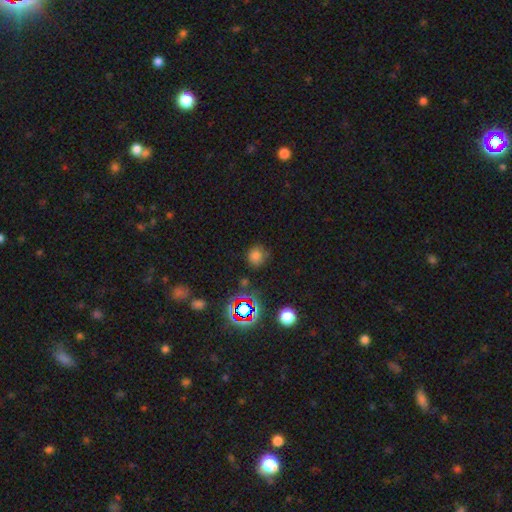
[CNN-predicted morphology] type=smooth (70%); roundness=round (86%); merging=none (79%).